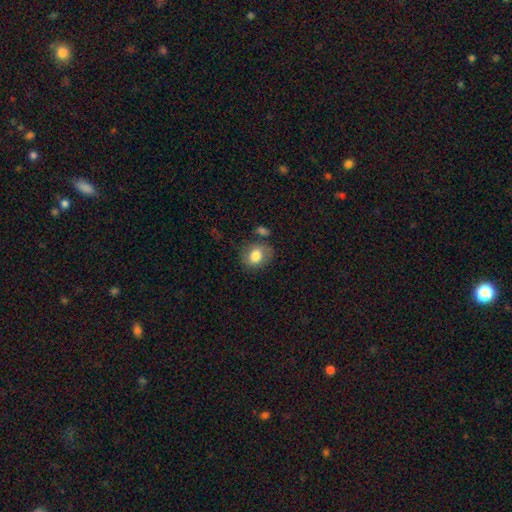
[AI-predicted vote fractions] Smooth or featured: smooth — 80% (featured or disk — 12%)
How rounded: round — 53% (in between — 46%)
Merging: none — 66% (minor disturbance — 19%)